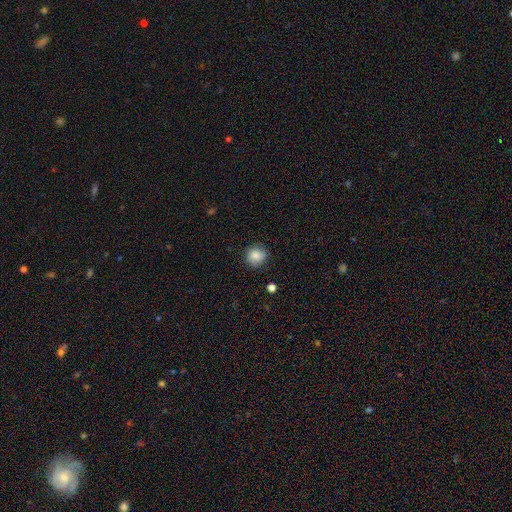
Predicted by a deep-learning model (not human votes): Q: Smooth or featured?
A: smooth (83%); runner-up: star or artifact (9%)
Q: How rounded?
A: round (86%); runner-up: in between (13%)
Q: Merging?
A: none (79%); runner-up: minor disturbance (15%)